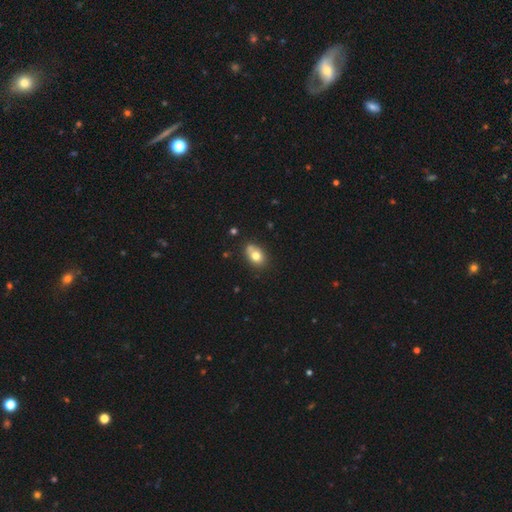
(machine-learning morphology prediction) A smooth galaxy with no disk features (75%) that is in between round and cigar-shaped (71%).

Vote fractions:
- Smooth or featured? smooth: 75% / featured or disk: 15% / star or artifact: 10%
- How rounded? in between: 71% / round: 28% / cigar-shaped: 1%
- Merging? none: 59% / minor disturbance: 20% / merger: 16% / major disturbance: 5%